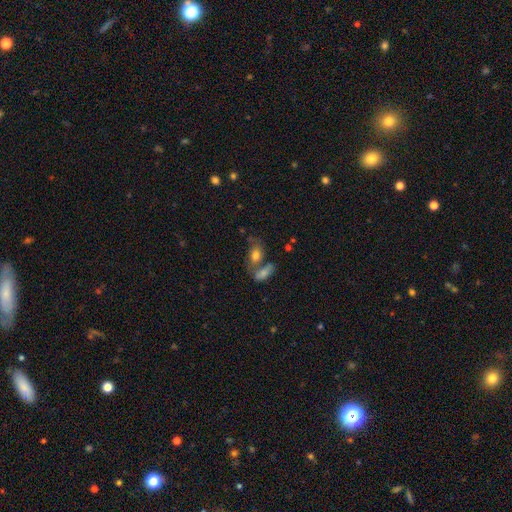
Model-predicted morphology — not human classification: This appears to be a smooth galaxy with no disk features (70%) that is in between round and cigar-shaped (77%). Merging: merger (47%).